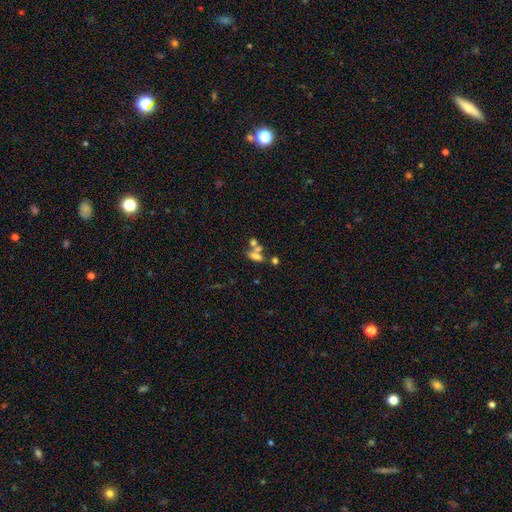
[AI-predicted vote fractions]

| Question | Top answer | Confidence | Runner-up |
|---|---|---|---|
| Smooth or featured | smooth | 59% | featured or disk (24%) |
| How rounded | in between | 66% | cigar-shaped (21%) |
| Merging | merger | 42% | none (40%) |